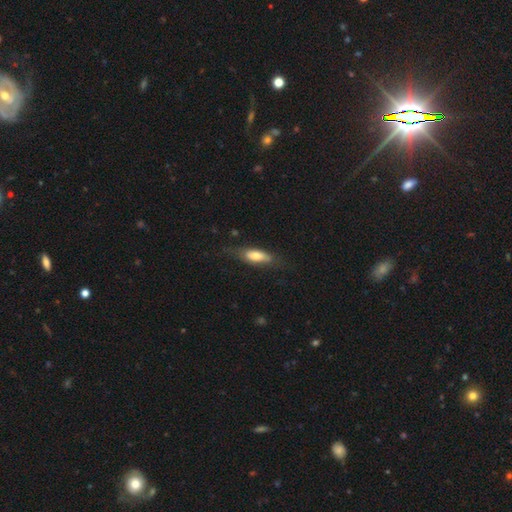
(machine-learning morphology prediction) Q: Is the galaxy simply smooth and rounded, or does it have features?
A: smooth — 67%.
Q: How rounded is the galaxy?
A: in between — 64%.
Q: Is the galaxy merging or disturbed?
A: none — 64%.